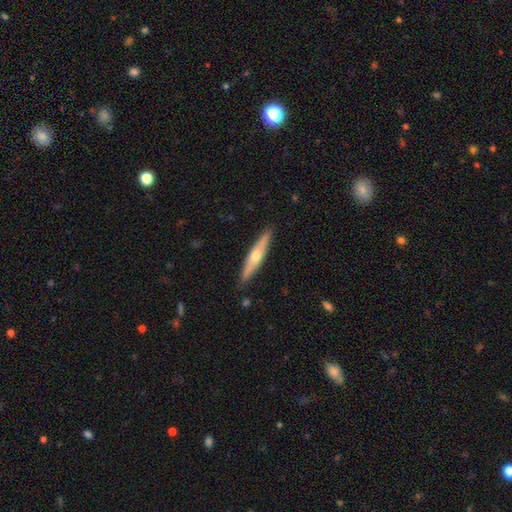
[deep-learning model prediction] Morphology: type=featured or disk (57%); edge-on=yes (92%); edge-on bulge=rounded (88%); merging=none (89%).